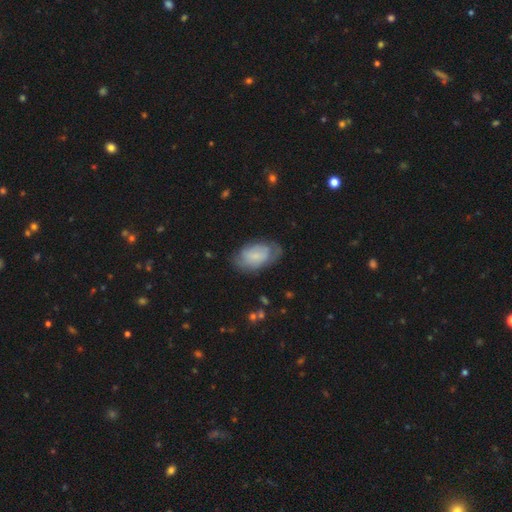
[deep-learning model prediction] This appears to be a smooth galaxy with no disk features (49%). Merging: none (59%).